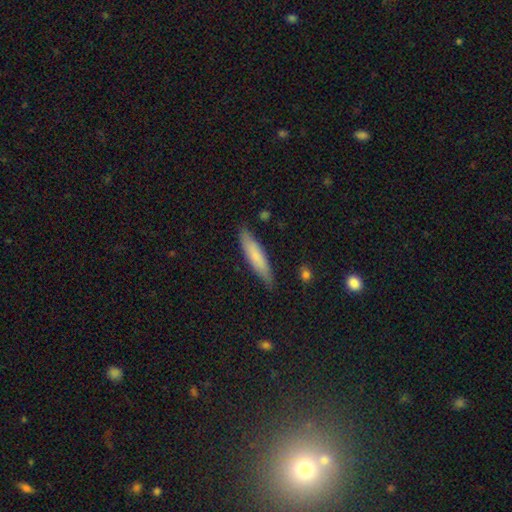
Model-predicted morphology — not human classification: A smooth galaxy with no disk features (75%) that is cigar-shaped (84%).

Vote fractions:
- Smooth or featured? smooth: 75% / featured or disk: 19% / star or artifact: 6%
- How rounded? cigar-shaped: 84% / in between: 15% / round: 1%
- Merging? none: 85% / minor disturbance: 12% / major disturbance: 2% / merger: 1%